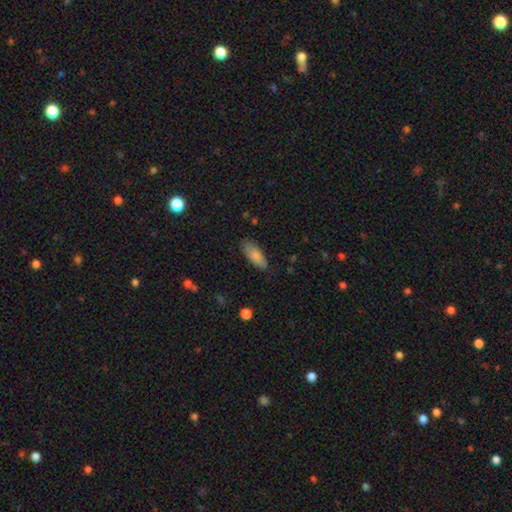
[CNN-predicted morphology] The model was most divided on "how rounded": in between: 80%, cigar-shaped: 18%, round: 2%. More confident: smooth or featured — smooth (84%); merging — none (81%).